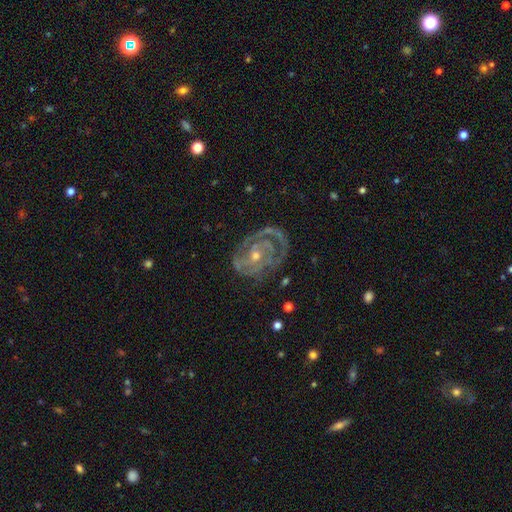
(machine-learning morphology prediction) Overall: featured or disk (87%). Edge-on disk: no (97%). Bar: no (72%). Spiral arms: yes (94%). Spiral arm count: 2 (38%; 3 22%). Spiral winding: tight (66%; medium 28%). Bulge size: small (55%; moderate 42%). Merging: none (64%).